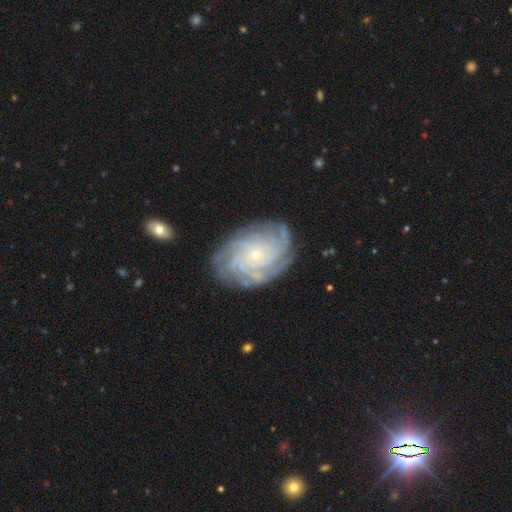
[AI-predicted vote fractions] Smooth or featured? featured or disk (87%)
Edge-on disk? no (97%)
Bar? no (82%)
Spiral arms? yes (97%)
Spiral winding? tight (80%)
Spiral arm count? more than 4 (34%)
Bulge size? small (84%)
Merging? none (82%)